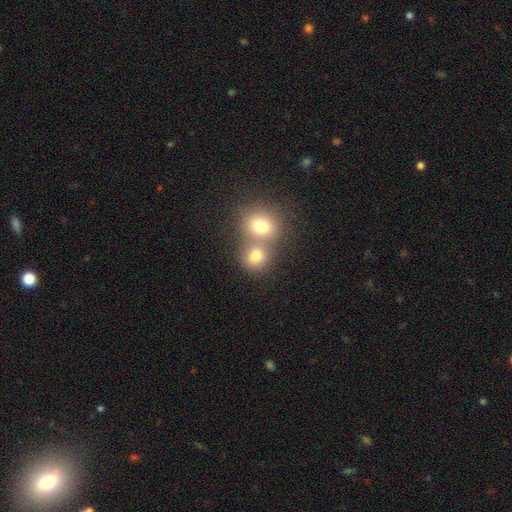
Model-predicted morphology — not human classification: Smooth or featured?
  - smooth: 76% *
  - star or artifact: 14%
  - featured or disk: 10%
How rounded?
  - round: 82% *
  - in between: 17%
  - cigar-shaped: 1%
Merging?
  - merger: 46% *
  - none: 45%
  - minor disturbance: 6%
  - major disturbance: 3%